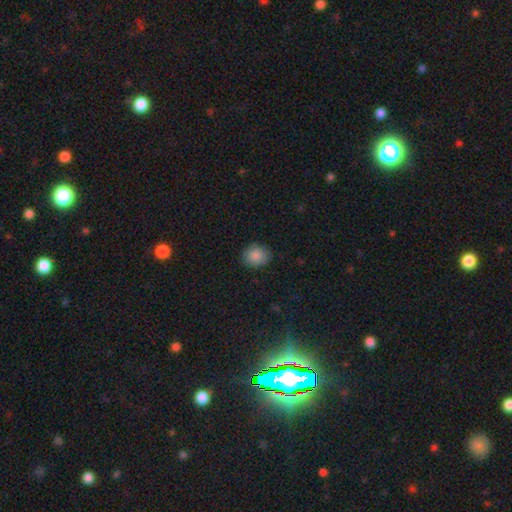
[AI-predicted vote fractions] smooth 88%, star or artifact 9%, featured or disk 4%. Down the decision tree: how rounded — round (70%); merging — none (87%).